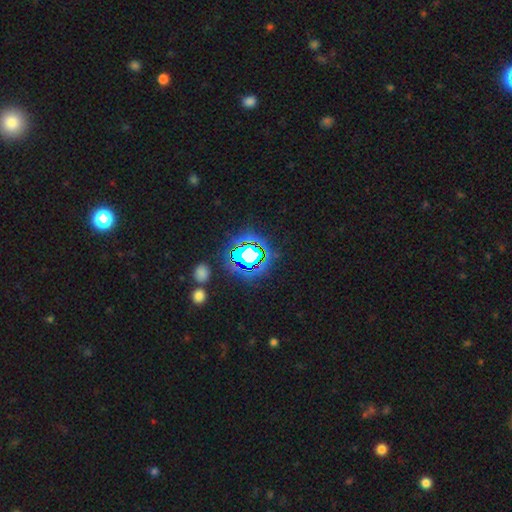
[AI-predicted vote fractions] smooth-or-featured: star or artifact: 79% | smooth: 14% | featured or disk: 8%